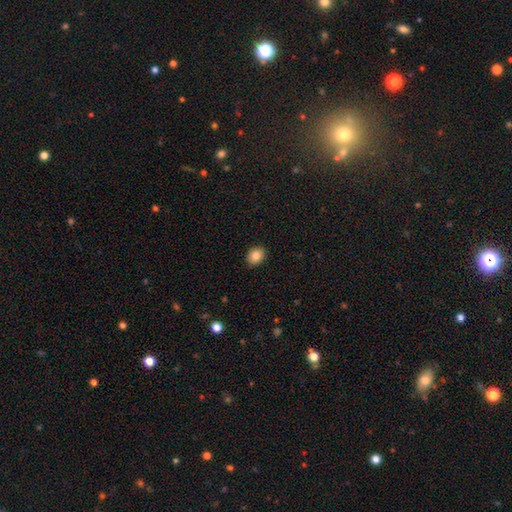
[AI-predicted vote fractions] Q: Smooth or featured?
A: smooth (85%); runner-up: star or artifact (9%)
Q: How rounded?
A: in between (53%); runner-up: round (46%)
Q: Merging?
A: none (90%); runner-up: minor disturbance (7%)